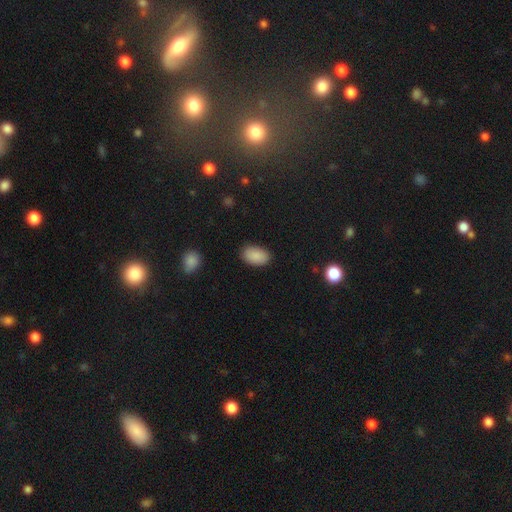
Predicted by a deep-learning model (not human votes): Smooth or featured? Predicted: smooth (p=0.90). How rounded? Predicted: in between (p=0.93). Merging? Predicted: none (p=0.88).